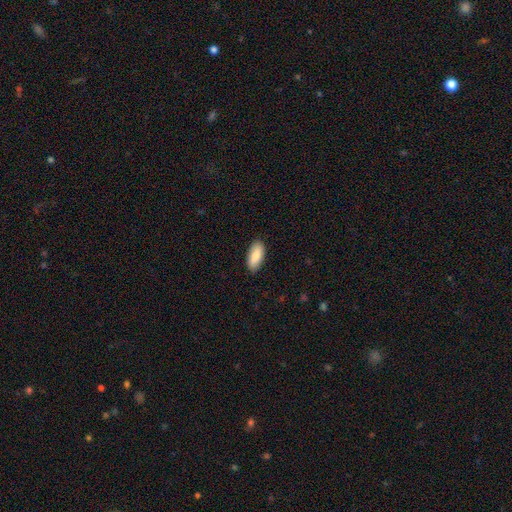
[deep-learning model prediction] Morphology: type=smooth (85%); roundness=in between (87%); merging=none (89%).